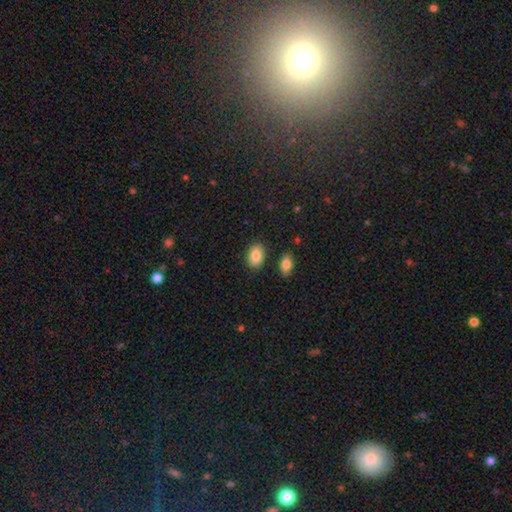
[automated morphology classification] Overall: smooth (88%). How rounded: in between (89%). Merging: none (83%).